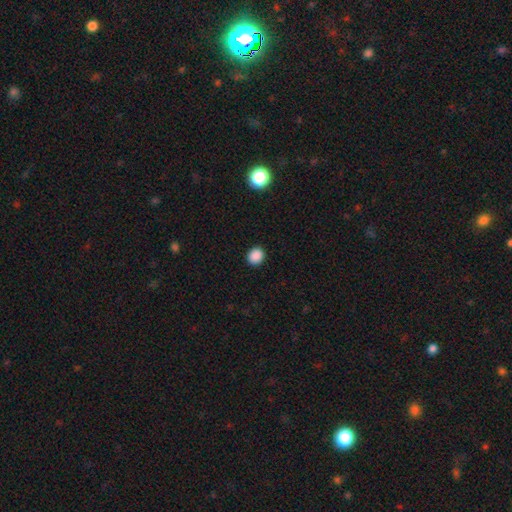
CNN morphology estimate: Smooth or featured? Predicted: smooth (p=0.88). How rounded? Predicted: round (p=0.79). Merging? Predicted: none (p=0.91).